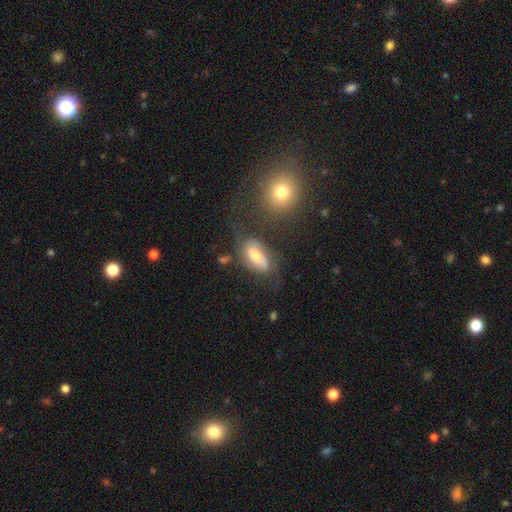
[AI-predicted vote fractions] Overall: smooth (48%; featured or disk 42%). Merging: none (55%; minor disturbance 22%).